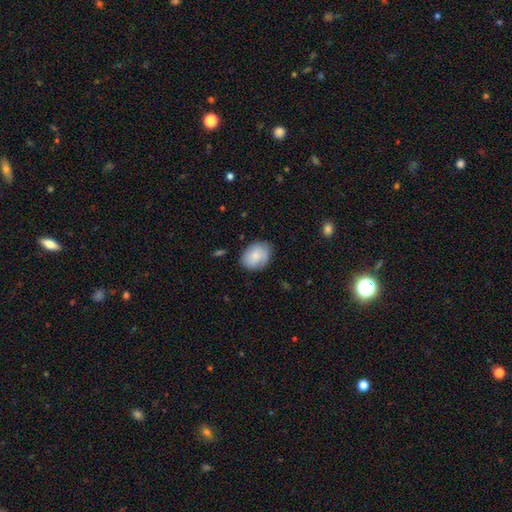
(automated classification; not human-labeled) Morphology: type=smooth (77%); roundness=in between (62%); merging=none (76%).